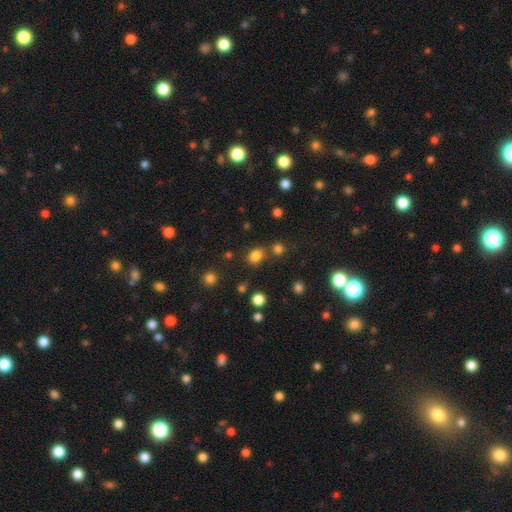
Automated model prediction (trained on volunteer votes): A smooth galaxy with no disk features (80%) that is in between round and cigar-shaped (50%). Merging: none (72%).